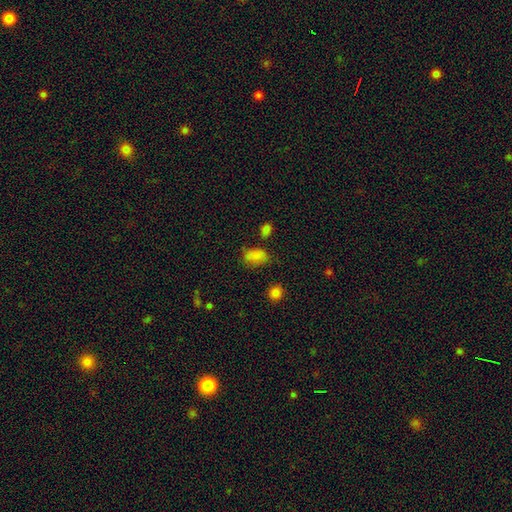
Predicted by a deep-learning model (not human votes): Smooth or featured?
  - smooth: 81% *
  - star or artifact: 13%
  - featured or disk: 6%
How rounded?
  - in between: 87% *
  - round: 11%
  - cigar-shaped: 2%
Merging?
  - none: 60% *
  - minor disturbance: 26%
  - major disturbance: 9%
  - merger: 6%